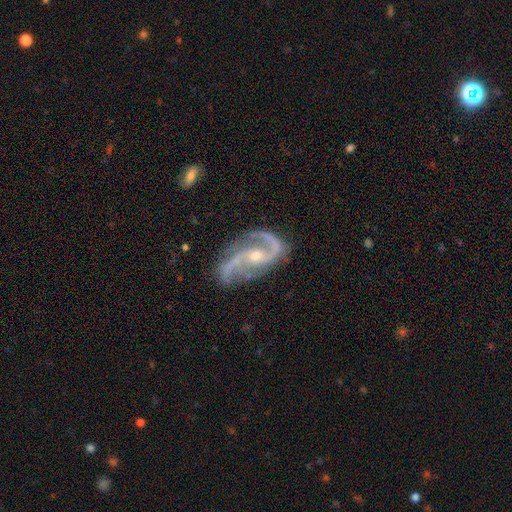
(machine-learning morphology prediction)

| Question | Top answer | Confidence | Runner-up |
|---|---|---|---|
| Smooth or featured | featured or disk | 93% | star or artifact (4%) |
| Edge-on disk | no | 98% | yes (2%) |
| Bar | no | 52% | weak (33%) |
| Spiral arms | yes | 98% | no (2%) |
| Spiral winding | medium | 47% | loose (41%) |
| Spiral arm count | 2 | 89% | 3 (4%) |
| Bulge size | small | 51% | moderate (46%) |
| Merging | none | 69% | minor disturbance (20%) |